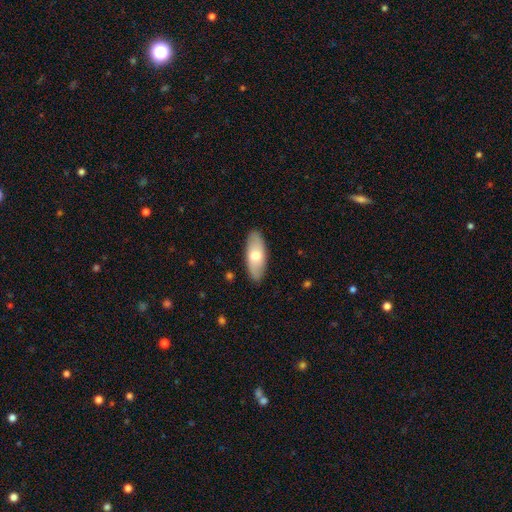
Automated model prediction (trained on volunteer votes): Smooth or featured?
  - smooth: 65% *
  - featured or disk: 30%
  - star or artifact: 5%
How rounded?
  - in between: 83% *
  - cigar-shaped: 15%
  - round: 2%
Merging?
  - none: 88% *
  - minor disturbance: 9%
  - major disturbance: 2%
  - merger: 1%